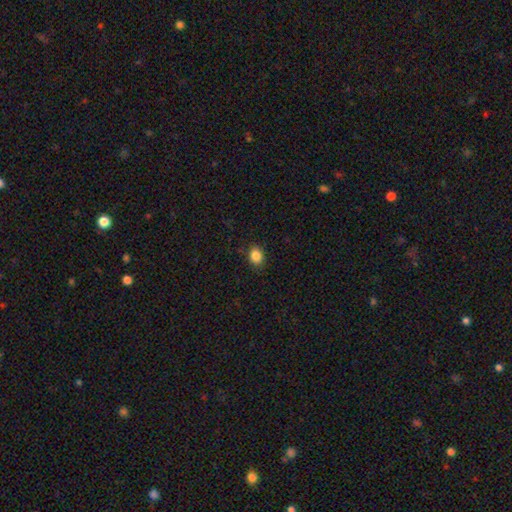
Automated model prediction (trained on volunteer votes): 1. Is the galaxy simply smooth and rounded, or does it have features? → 86% smooth, 10% star or artifact, 4% featured or disk.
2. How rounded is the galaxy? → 57% in between, 42% round, 1% cigar-shaped.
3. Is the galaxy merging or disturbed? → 86% none, 10% minor disturbance, 3% major disturbance, 1% merger.